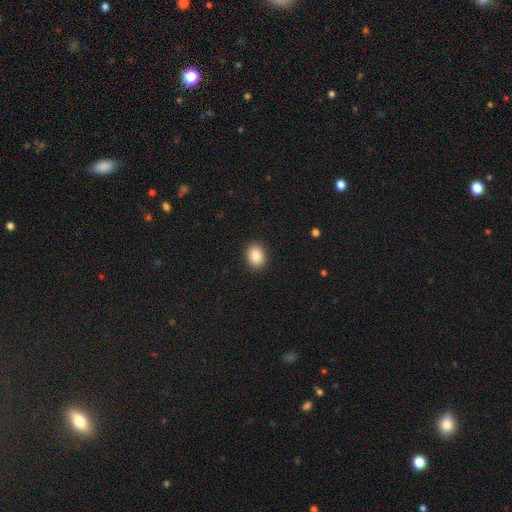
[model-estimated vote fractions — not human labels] Smooth or featured? Predicted: smooth (p=0.86). How rounded? Predicted: in between (p=0.60). Merging? Predicted: none (p=0.91).